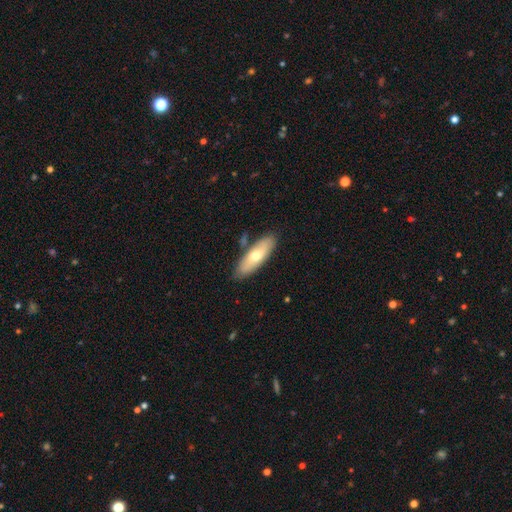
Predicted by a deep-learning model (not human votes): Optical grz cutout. It shows a smooth galaxy with no disk features (62%) that is in between round and cigar-shaped (63%). Merging: none (80%).